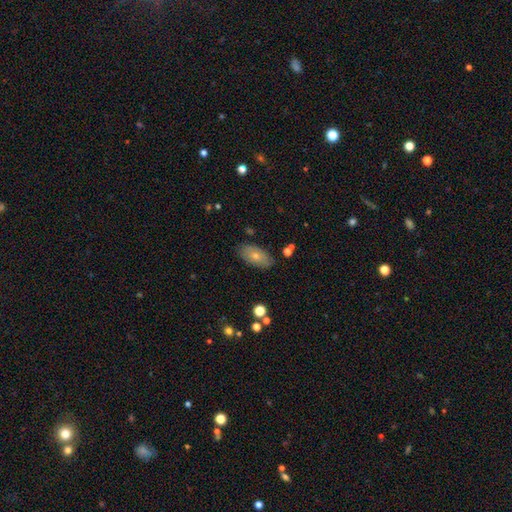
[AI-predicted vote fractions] The model was most divided on "smooth or featured": smooth: 71%, featured or disk: 22%, star or artifact: 7%. More confident: how rounded — in between (93%); merging — none (83%).